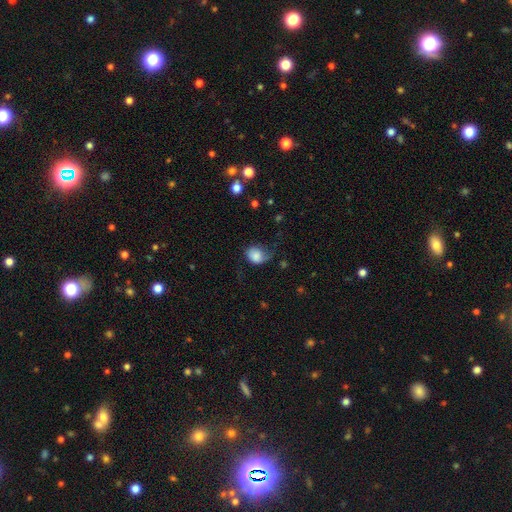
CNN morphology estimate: The model was most divided on "merging" (2-way tie): minor disturbance: 35%, none: 35%, major disturbance: 29%, merger: 2%. Remaining: smooth or featured — smooth (75%); how rounded — round (50%).